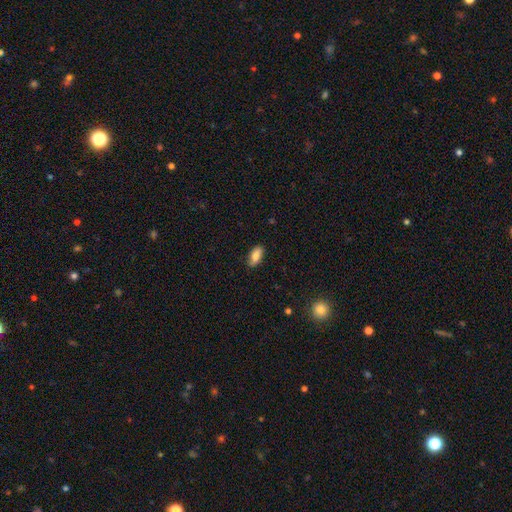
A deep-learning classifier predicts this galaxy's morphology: smooth_or_featured: smooth (p=0.80) [alt: featured or disk p=0.13]
how_rounded: in between (p=0.88) [alt: cigar-shaped p=0.09]
merging: none (p=0.83) [alt: minor disturbance p=0.14]